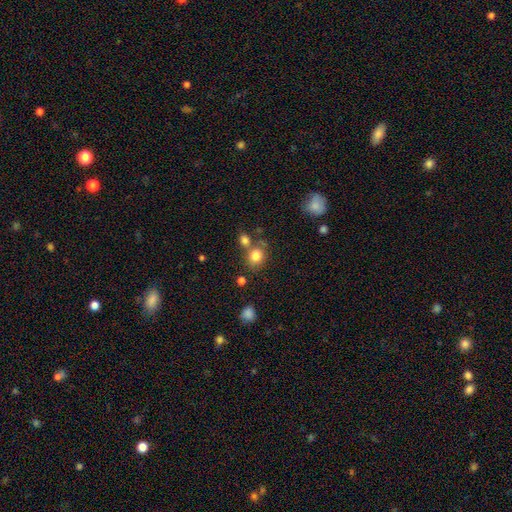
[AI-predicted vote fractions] Smooth or featured? smooth (81%)
How rounded? round (67%)
Merging? none (59%)